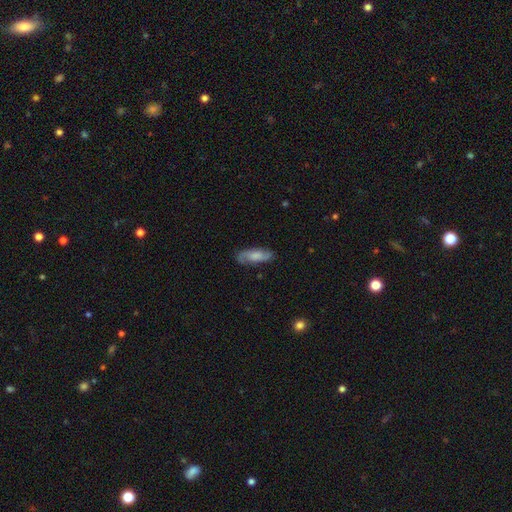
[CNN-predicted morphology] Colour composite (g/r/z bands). It shows a featured or disk galaxy (48%). Merging: none (77%).